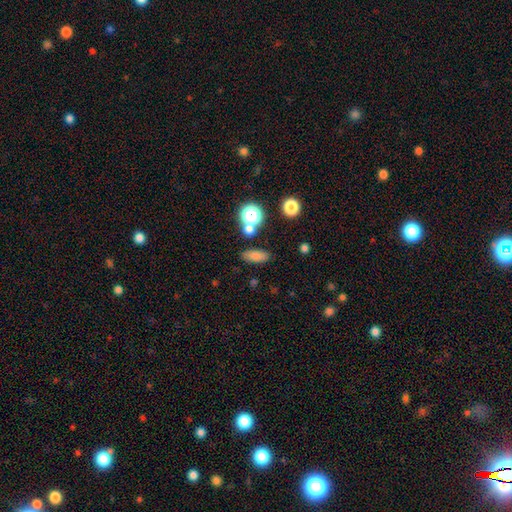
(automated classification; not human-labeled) Overall: smooth (76%). How rounded: in between (66%). Merging: none (79%).